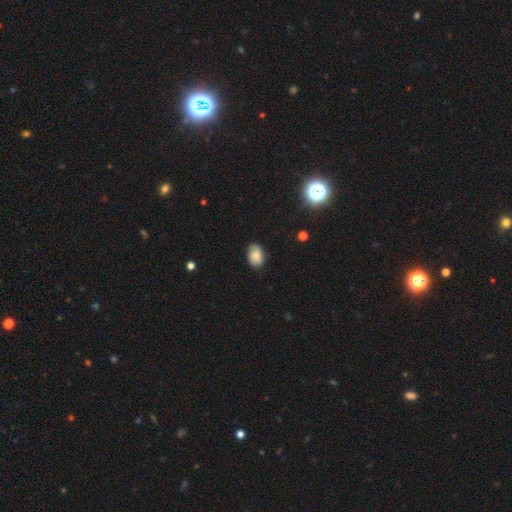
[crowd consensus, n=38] This is clearly a smooth galaxy (82%). How rounded: clearly in between (87%). Merging: clearly none (92%).